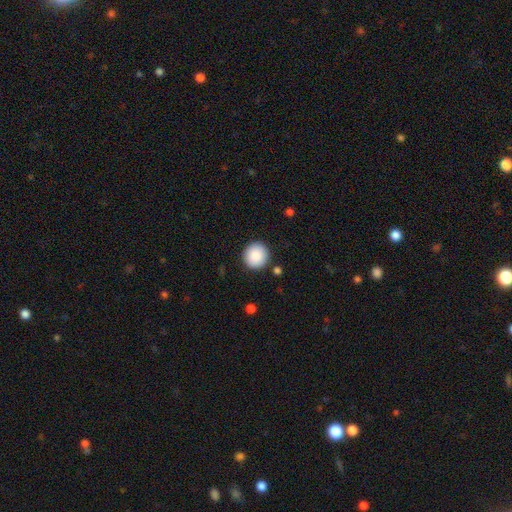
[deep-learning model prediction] Overall: smooth (89%). How rounded: round (95%). Merging: none (90%).